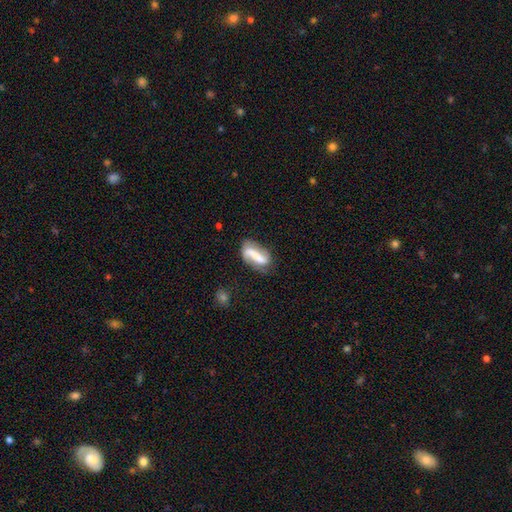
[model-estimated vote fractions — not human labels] Smooth or featured? featured or disk (60%)
Edge-on disk? no (92%)
Bar? strong (63%)
Spiral arms? yes (82%)
Bulge size? none (39%)
Merging? none (63%)